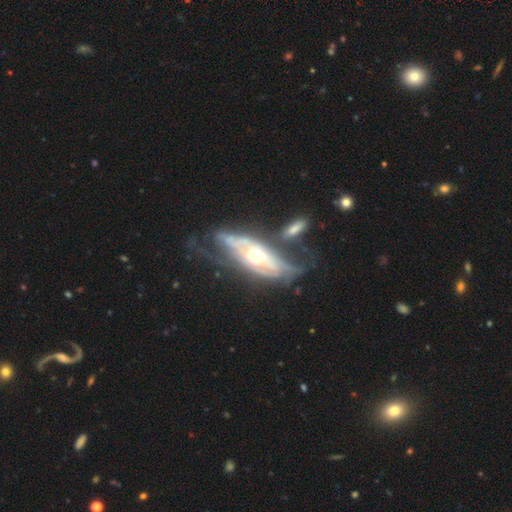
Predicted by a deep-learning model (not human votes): smooth_or_featured: featured or disk (p=0.83) [alt: smooth p=0.12]
disk_edge_on: no (p=0.79) [alt: yes p=0.21]
bar: no (p=0.70) [alt: weak p=0.19]
has_spiral_arms: yes (p=0.66) [alt: no p=0.34]
bulge_size: moderate (p=0.66) [alt: large p=0.24]
merging: none (p=0.38) [alt: major disturbance p=0.27]